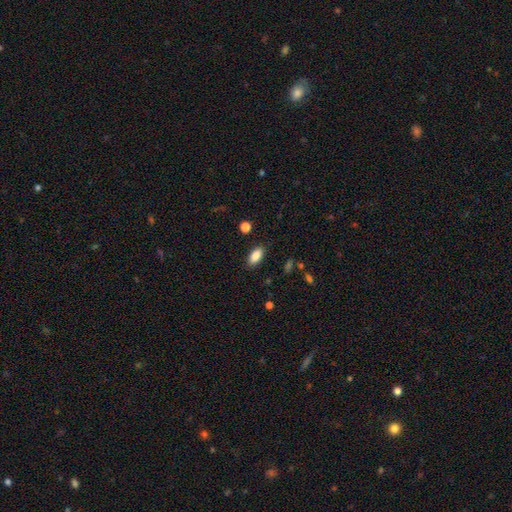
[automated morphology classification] Smooth or featured: smooth — 87% (star or artifact — 8%)
How rounded: in between — 89% (cigar-shaped — 8%)
Merging: none — 88% (minor disturbance — 9%)